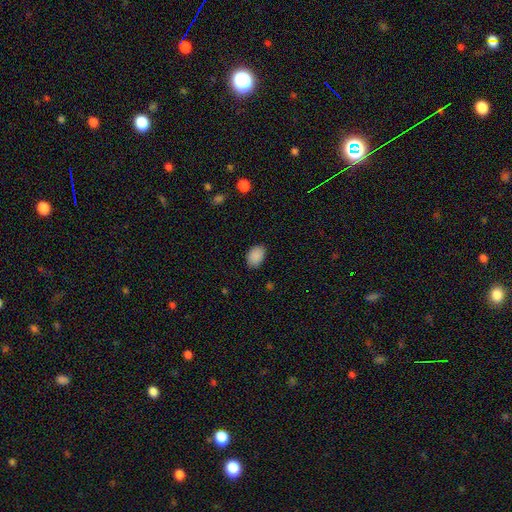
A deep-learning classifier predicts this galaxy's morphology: Q: Smooth or featured?
A: smooth (89%); runner-up: star or artifact (8%)
Q: How rounded?
A: in between (84%); runner-up: round (15%)
Q: Merging?
A: none (82%); runner-up: minor disturbance (14%)